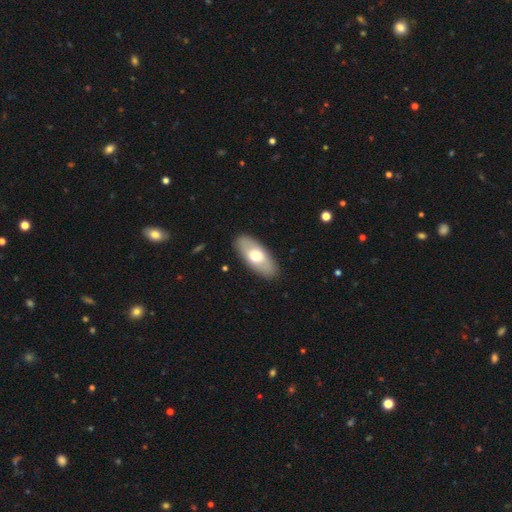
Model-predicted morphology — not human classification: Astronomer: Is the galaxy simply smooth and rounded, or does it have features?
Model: smooth — 62%.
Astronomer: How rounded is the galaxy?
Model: in between — 86%.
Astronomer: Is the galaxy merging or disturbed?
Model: none — 88%.